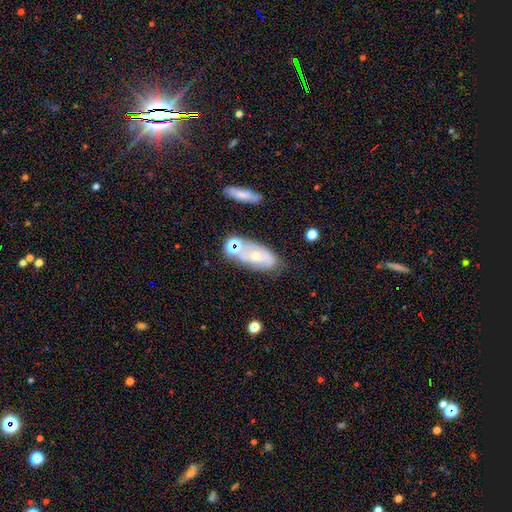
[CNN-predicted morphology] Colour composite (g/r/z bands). It shows a featured or disk galaxy (51%). Merging: none (56%).